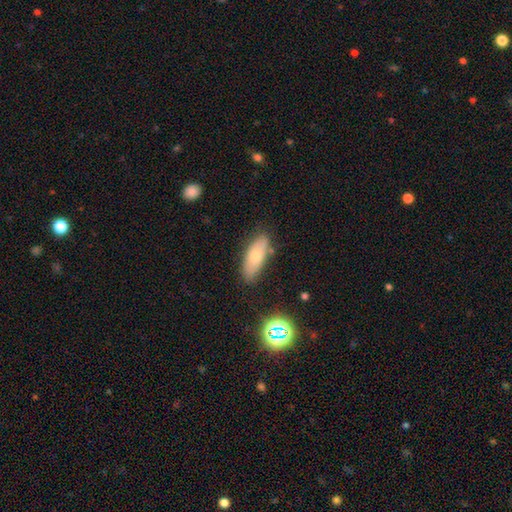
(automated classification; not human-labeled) Smooth or featured: smooth — 67% (featured or disk — 25%)
How rounded: in between — 74% (cigar-shaped — 24%)
Merging: none — 80% (minor disturbance — 14%)